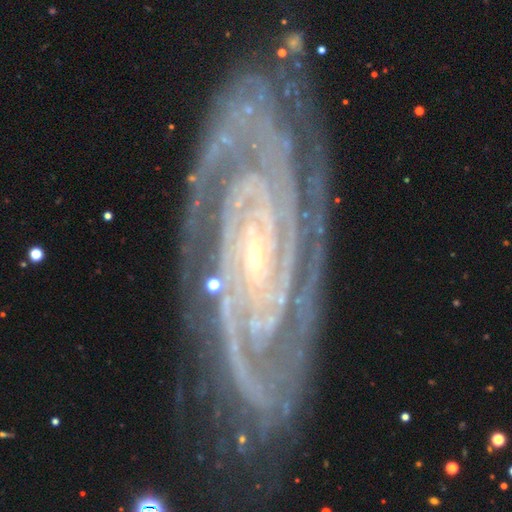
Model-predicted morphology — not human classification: featured or disk 91%, star or artifact 5%, smooth 3%. Down the decision tree: edge-on disk — no (95%); bar — no (43%); spiral arms — yes (98%); spiral arm count — 2 (41%); spiral winding — tight (78%); bulge size — small (80%); merging — none (75%).